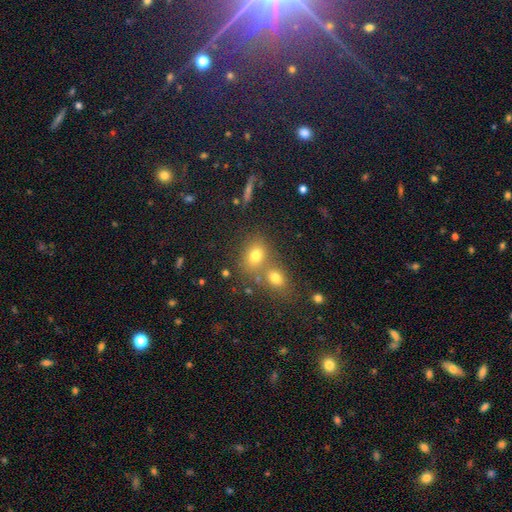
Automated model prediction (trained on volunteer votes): A smooth galaxy with no disk features (72%) that is in between round and cigar-shaped (52%).

Vote fractions:
- Smooth or featured? smooth: 72% / star or artifact: 16% / featured or disk: 12%
- How rounded? in between: 52% / round: 46% / cigar-shaped: 2%
- Merging? none: 52% / merger: 35% / minor disturbance: 9% / major disturbance: 4%